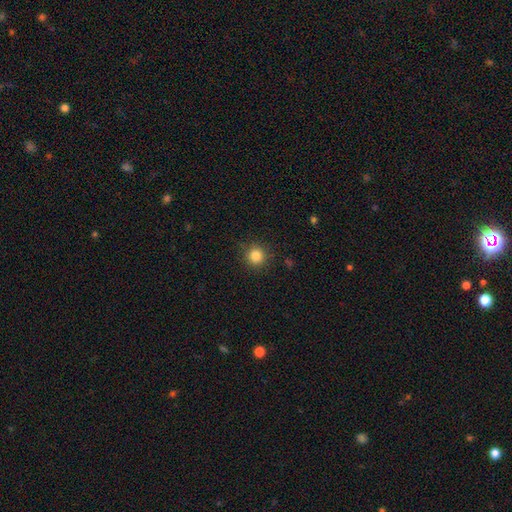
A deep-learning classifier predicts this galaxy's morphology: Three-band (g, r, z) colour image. It shows a smooth galaxy with no disk features (84%) that is round (94%). Merging: none (89%).